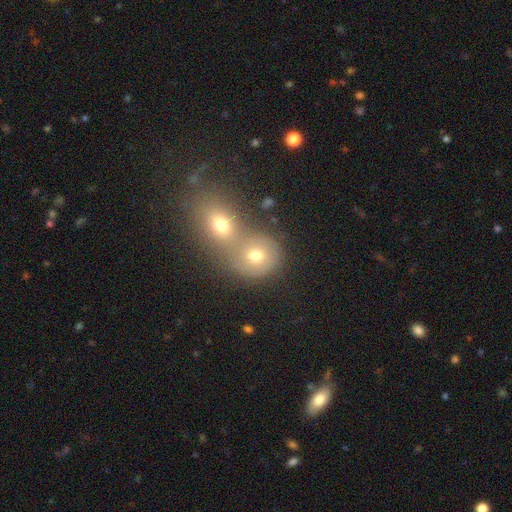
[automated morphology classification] Smooth or featured? Predicted: smooth (p=0.69). How rounded? Predicted: round (p=0.73). Merging? Predicted: merger (p=0.55).